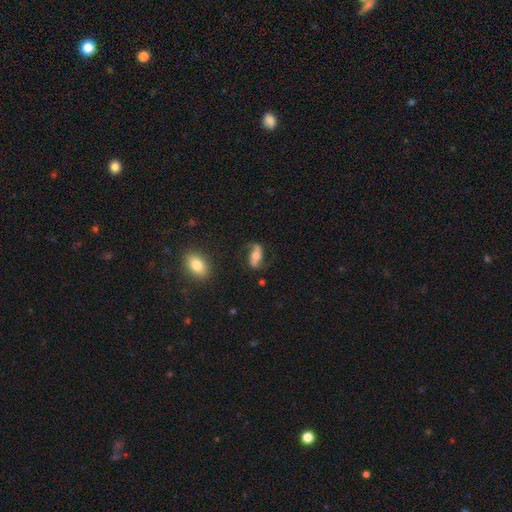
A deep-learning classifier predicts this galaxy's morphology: Overall: featured or disk (69%). Edge-on disk: no (91%). Bar: no (43%; weak 30%). Spiral arms: yes (91%). Spiral arm count: 2 (90%). Spiral winding: loose (70%). Bulge size: moderate (51%; small 26%). Merging: none (67%).